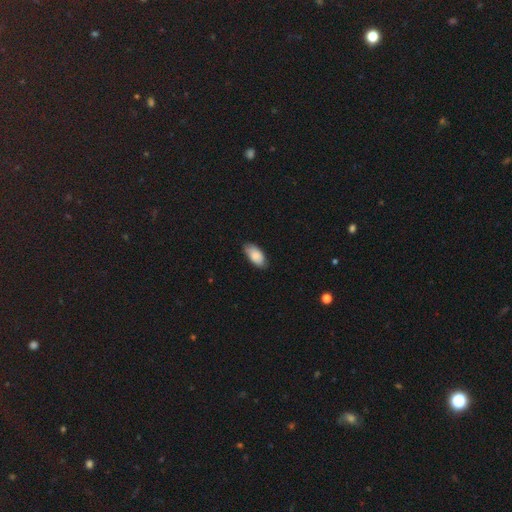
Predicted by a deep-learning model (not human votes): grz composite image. It shows a smooth galaxy with no disk features (83%) that is in between round and cigar-shaped (93%). Merging: none (75%).